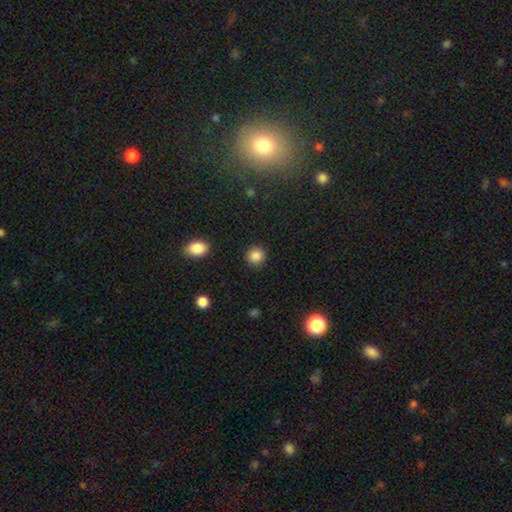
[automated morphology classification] A smooth galaxy with no disk features (86%) that is round (92%). Merging: none (91%).